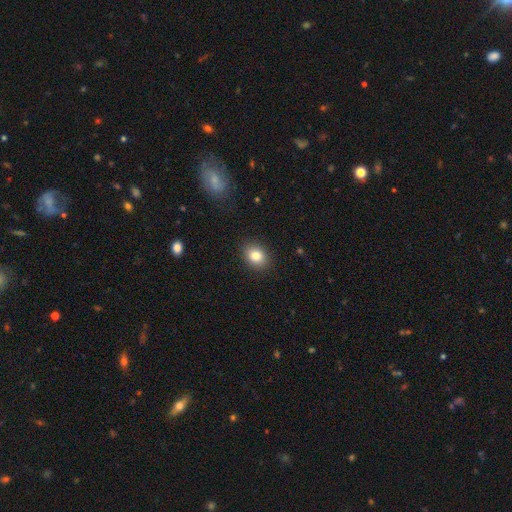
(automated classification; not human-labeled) Q: Smooth or featured?
A: smooth (83%); runner-up: star or artifact (9%)
Q: How rounded?
A: in between (58%); runner-up: round (41%)
Q: Merging?
A: none (88%); runner-up: minor disturbance (9%)